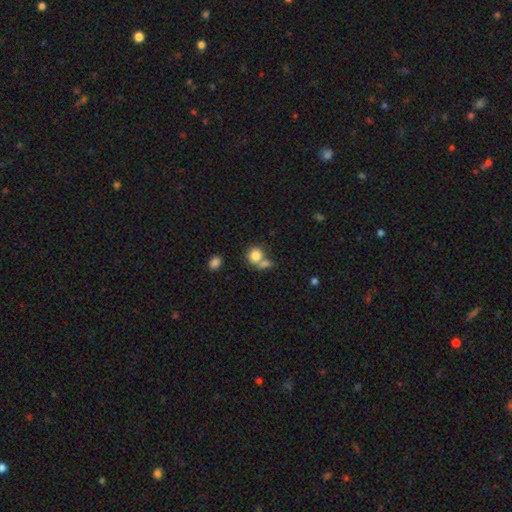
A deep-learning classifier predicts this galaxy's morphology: Smooth or featured? Predicted: smooth (p=0.82). How rounded? Predicted: round (p=0.78). Merging? Predicted: merger (p=0.43, tied with none).